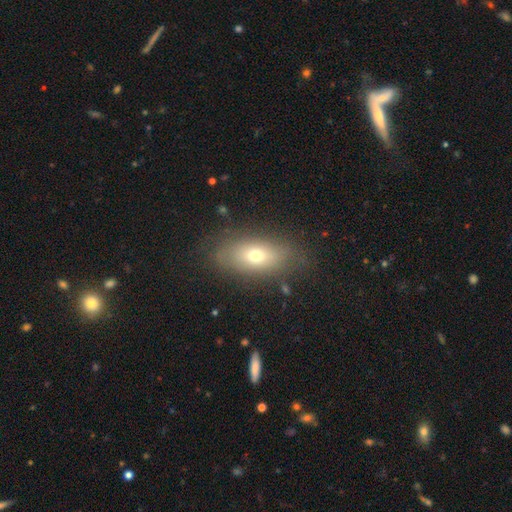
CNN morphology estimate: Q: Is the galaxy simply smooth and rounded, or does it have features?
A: smooth — 65%.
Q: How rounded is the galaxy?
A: in between — 82%.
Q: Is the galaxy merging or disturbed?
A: none — 78%.